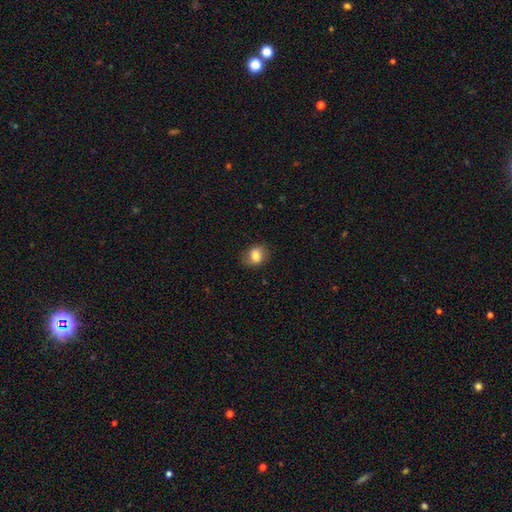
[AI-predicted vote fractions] smooth 74%, featured or disk 17%, star or artifact 9%. Down the decision tree: how rounded — round (52%); merging — none (78%).